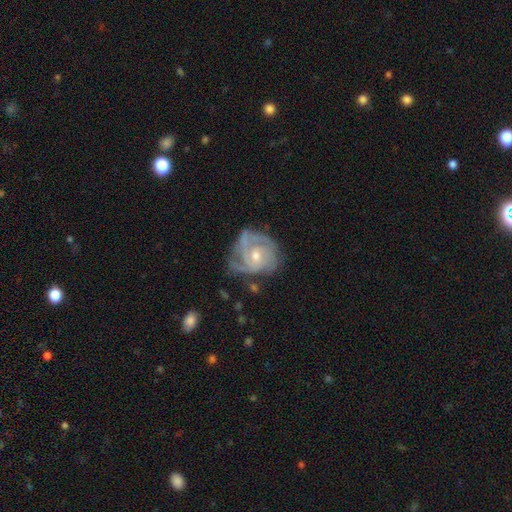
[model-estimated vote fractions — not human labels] A featured or disk galaxy (85%) with no bar (64%), 3 (34%) tight (59%) spiral arms (95%) and a moderate central bulge (48%, tied with small).

Vote fractions:
- Smooth or featured? featured or disk: 85% / smooth: 9% / star or artifact: 6%
- Edge-on disk? no: 98% / yes: 2%
- Bar? no: 64% / weak: 31% / strong: 6%
- Spiral arms? yes: 95% / no: 5%
- Spiral winding? tight: 59% / medium: 33% / loose: 8%
- Spiral arm count? 3: 34% / can't tell: 25% / 2: 24% / 4: 8% / 1: 5% / more than 4: 4%
- Bulge size? moderate: 48% (tied) / small: 48% (tied) / none: 1% / large: 1% / dominant: 1%
- Merging? none: 57% / minor disturbance: 26% / major disturbance: 14% / merger: 3%